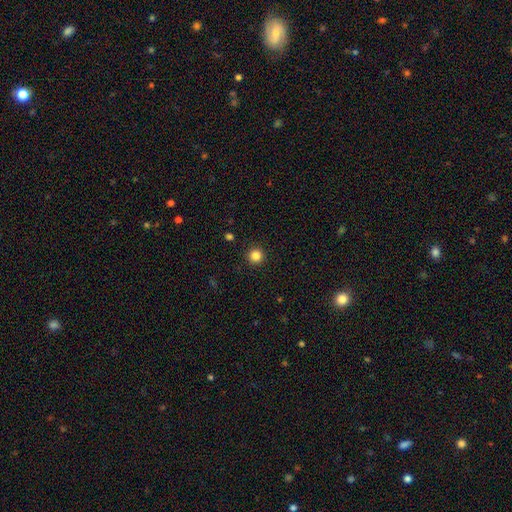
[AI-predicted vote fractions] The model was most divided on "smooth or featured": smooth: 85%, star or artifact: 12%, featured or disk: 4%. More confident: how rounded — round (96%); merging — none (92%).